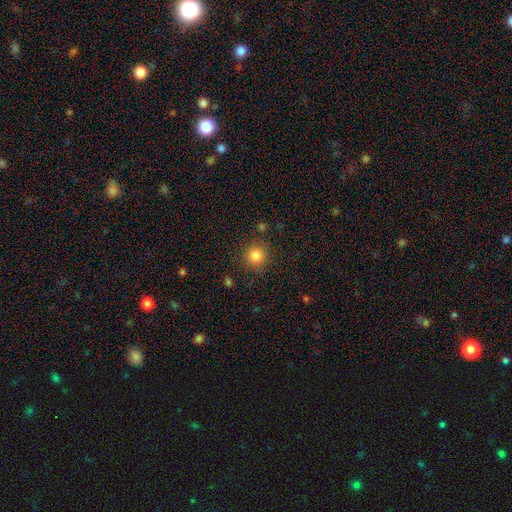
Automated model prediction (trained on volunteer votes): Smooth or featured?
  - smooth: 84% *
  - star or artifact: 11%
  - featured or disk: 5%
How rounded?
  - round: 93% *
  - in between: 6%
  - cigar-shaped: 1%
Merging?
  - none: 86% *
  - minor disturbance: 9%
  - major disturbance: 3%
  - merger: 2%